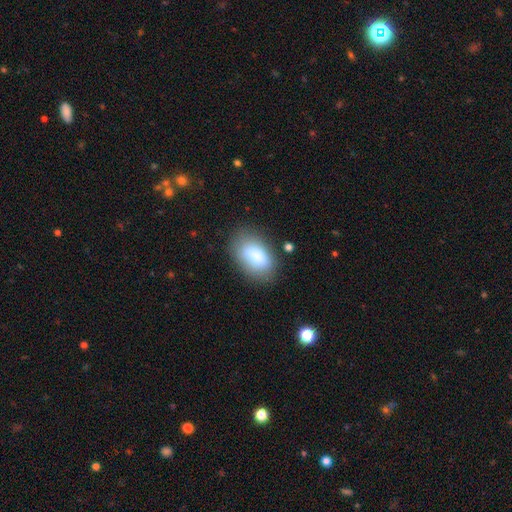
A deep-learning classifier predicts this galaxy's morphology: A smooth galaxy with no disk features (81%) that is in between round and cigar-shaped (91%).

Vote fractions:
- Smooth or featured? smooth: 81% / featured or disk: 11% / star or artifact: 8%
- How rounded? in between: 91% / round: 7% / cigar-shaped: 2%
- Merging? none: 73% / minor disturbance: 18% / major disturbance: 5% / merger: 4%